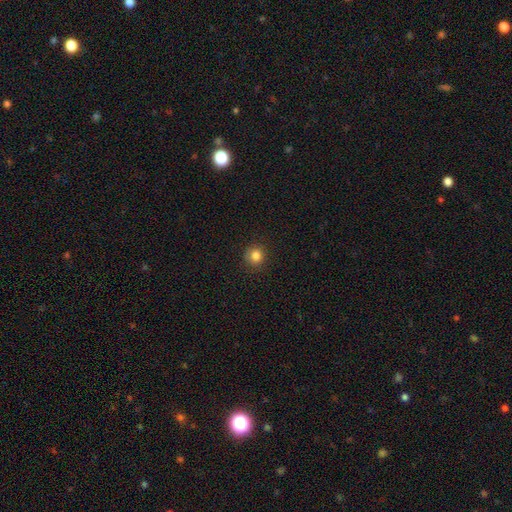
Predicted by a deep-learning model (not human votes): Morphology: type=smooth (84%); roundness=round (92%); merging=none (90%).